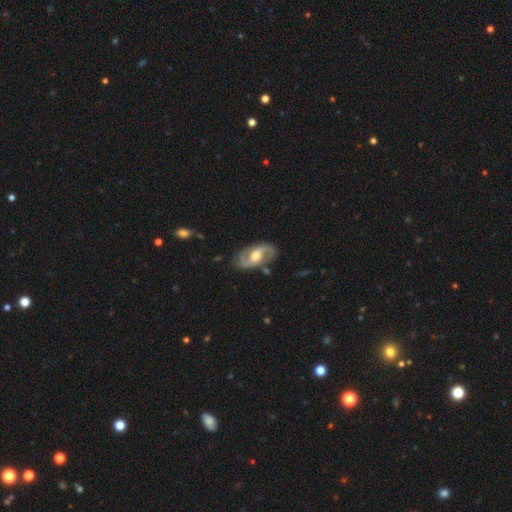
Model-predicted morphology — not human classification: The model was most divided on "bar": weak: 43%, no: 36%, strong: 21%. More confident: edge-on disk — no (96%); spiral arms — yes (94%); spiral arm count — 2 (92%); smooth or featured — featured or disk (85%); merging — none (80%); bulge size — moderate (73%); spiral winding — medium (51%).